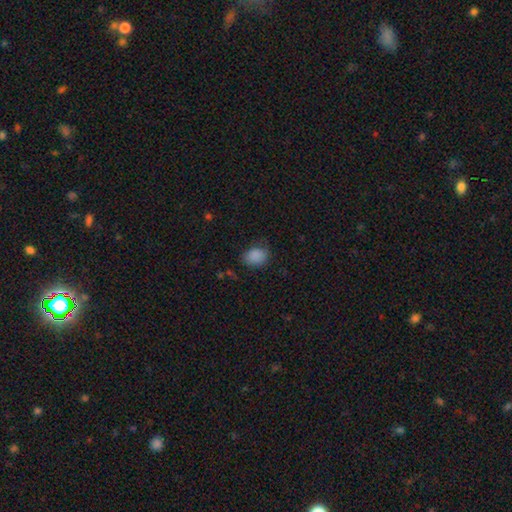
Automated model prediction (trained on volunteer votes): Overall: smooth (87%). How rounded: in between (57%; round 42%). Merging: none (71%).